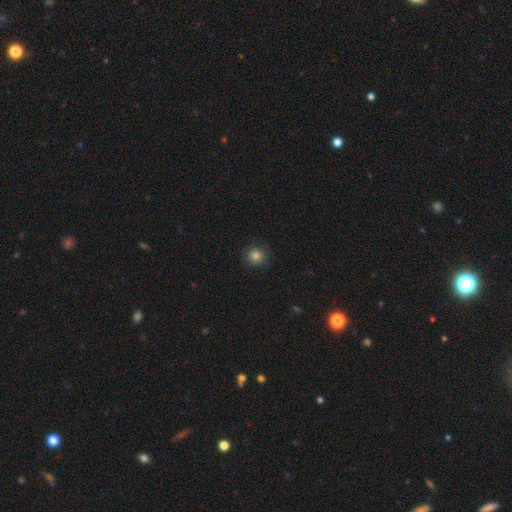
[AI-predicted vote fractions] This appears to be a smooth galaxy with no disk features (81%) that is round (91%). Merging: none (88%).